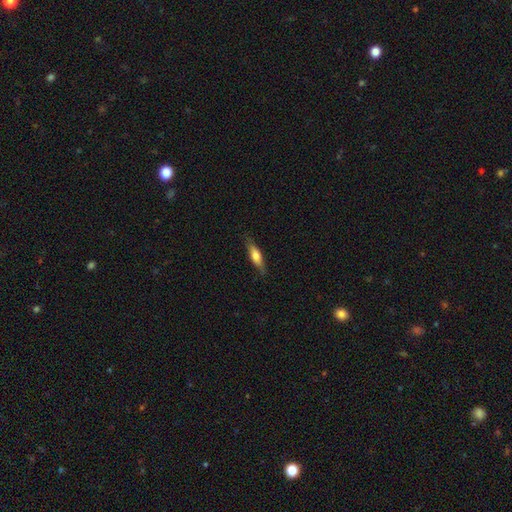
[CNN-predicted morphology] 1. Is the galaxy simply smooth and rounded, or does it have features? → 59% smooth, 35% featured or disk, 6% star or artifact.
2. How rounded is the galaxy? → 63% cigar-shaped, 35% in between, 2% round.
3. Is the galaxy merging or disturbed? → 81% none, 15% minor disturbance, 3% major disturbance, 1% merger.